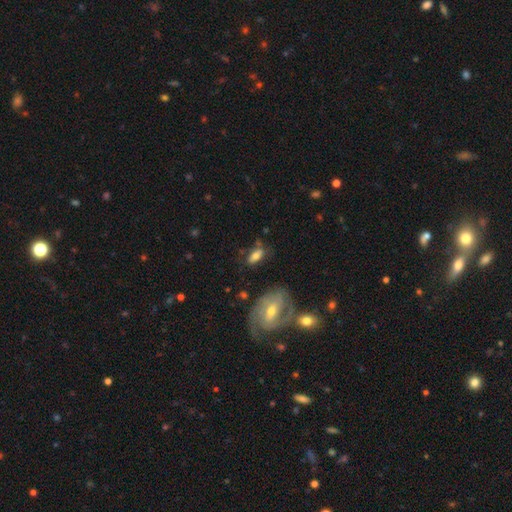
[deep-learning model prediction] Smooth or featured? Predicted: smooth (p=0.68). How rounded? Predicted: in between (p=0.82). Merging? Predicted: none (p=0.65).